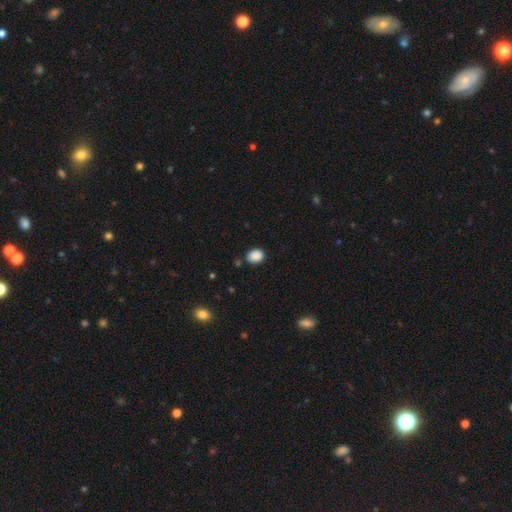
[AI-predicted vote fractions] smooth-or-featured: smooth: 88% | star or artifact: 9% | featured or disk: 3%
  how-rounded: in between: 57% | round: 42% | cigar-shaped: 1%
  merging: none: 82% | minor disturbance: 12% | merger: 3% | major disturbance: 3%